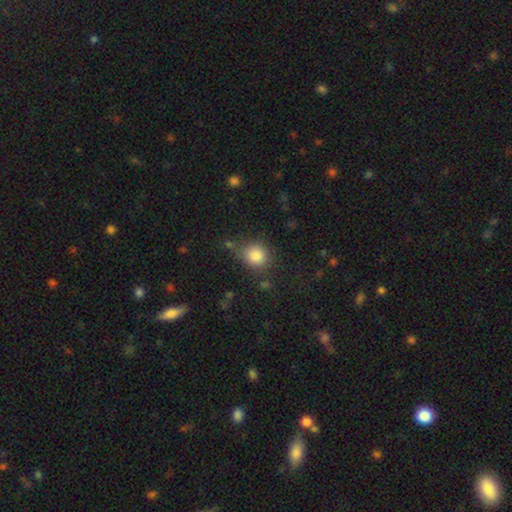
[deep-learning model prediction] Smooth or featured? Predicted: smooth (p=0.86). How rounded? Predicted: round (p=0.79). Merging? Predicted: none (p=0.71).